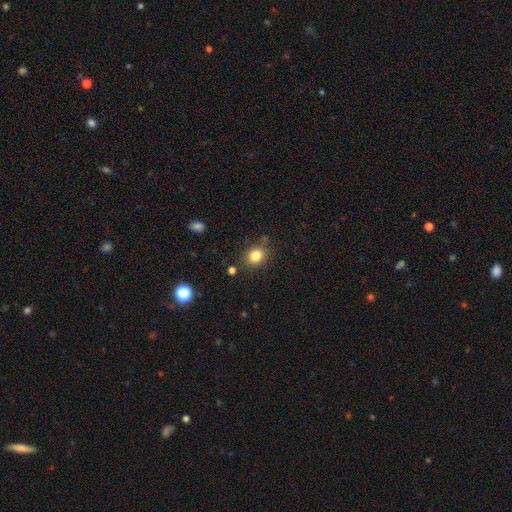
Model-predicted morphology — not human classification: smooth-or-featured: smooth: 83% | star or artifact: 11% | featured or disk: 6%
  how-rounded: round: 67% | in between: 33% | cigar-shaped: 1%
  merging: none: 80% | minor disturbance: 12% | merger: 4% | major disturbance: 4%